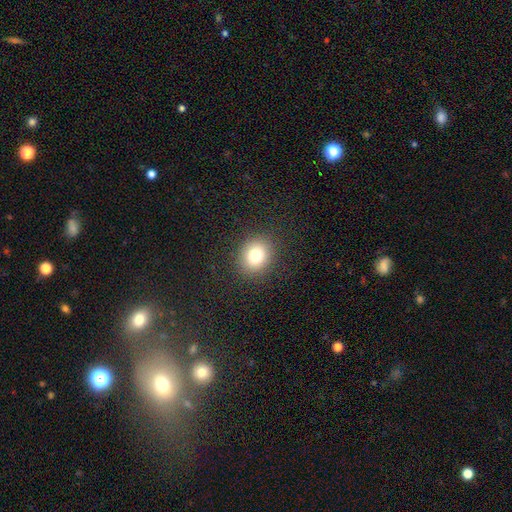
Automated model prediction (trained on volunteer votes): Q: Smooth or featured?
A: smooth (79%); runner-up: star or artifact (12%)
Q: How rounded?
A: round (70%); runner-up: in between (30%)
Q: Merging?
A: none (88%); runner-up: minor disturbance (7%)